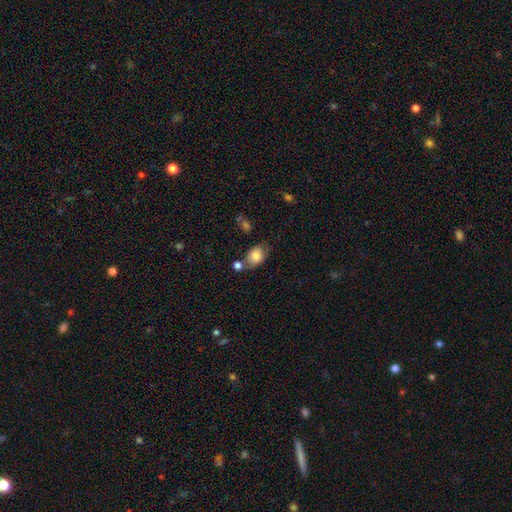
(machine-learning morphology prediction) This is clearly a smooth galaxy (80%). How rounded: likely in between (74%). Merging: possibly none (56%).